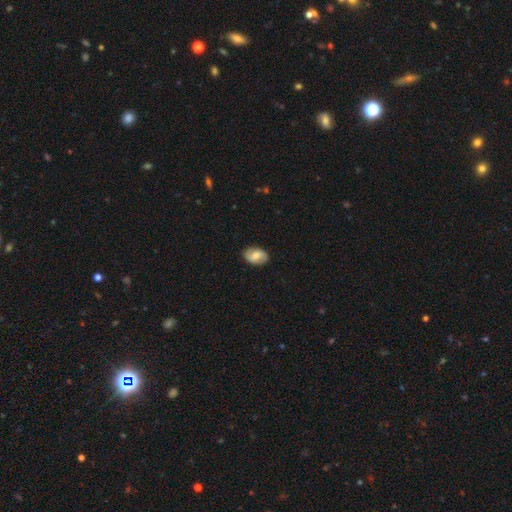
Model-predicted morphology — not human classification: Smooth or featured?
  - smooth: 63% *
  - featured or disk: 30%
  - star or artifact: 7%
How rounded?
  - in between: 88% *
  - round: 11%
  - cigar-shaped: 1%
Merging?
  - none: 85% *
  - minor disturbance: 12%
  - major disturbance: 2%
  - merger: 1%